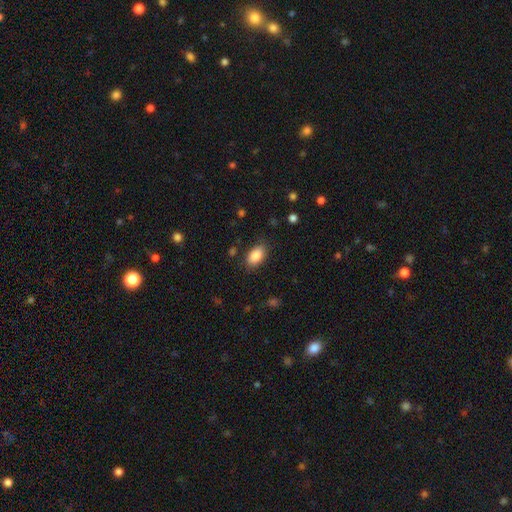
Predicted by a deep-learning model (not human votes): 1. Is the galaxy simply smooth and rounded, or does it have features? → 87% smooth, 7% star or artifact, 6% featured or disk.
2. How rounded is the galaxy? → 92% in between, 6% round, 2% cigar-shaped.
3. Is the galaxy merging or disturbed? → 84% none, 12% minor disturbance, 3% major disturbance, 1% merger.